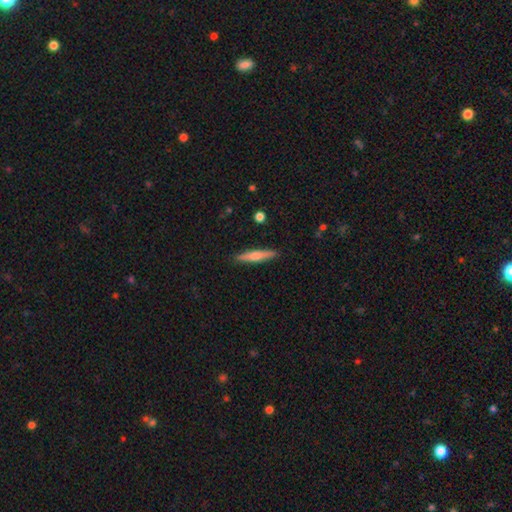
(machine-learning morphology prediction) A smooth galaxy with no disk features (57%) that is cigar-shaped (90%).

Vote fractions:
- Smooth or featured? smooth: 57% / featured or disk: 37% / star or artifact: 6%
- How rounded? cigar-shaped: 90% / in between: 9% / round: 2%
- Merging? none: 90% / minor disturbance: 7% / major disturbance: 2% / merger: 1%